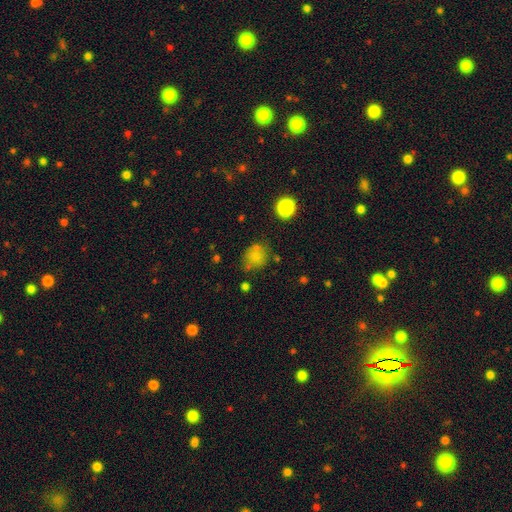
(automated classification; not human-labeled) Q: Smooth or featured?
A: smooth (75%); runner-up: star or artifact (14%)
Q: How rounded?
A: round (76%); runner-up: in between (23%)
Q: Merging?
A: none (64%); runner-up: minor disturbance (19%)